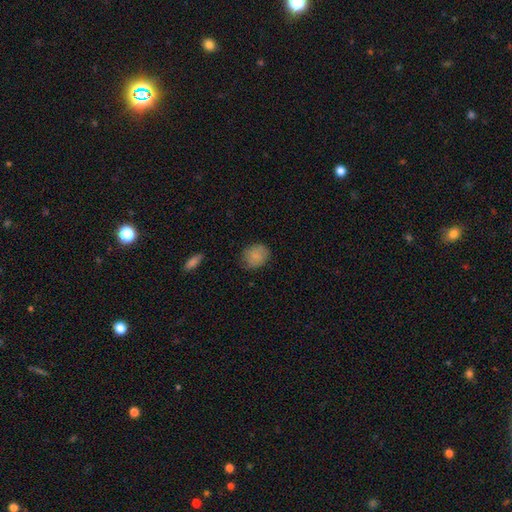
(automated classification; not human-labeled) Smooth or featured?
  - smooth: 85% *
  - star or artifact: 8%
  - featured or disk: 8%
How rounded?
  - round: 65% *
  - in between: 33%
  - cigar-shaped: 1%
Merging?
  - none: 79% *
  - minor disturbance: 17%
  - major disturbance: 3%
  - merger: 1%